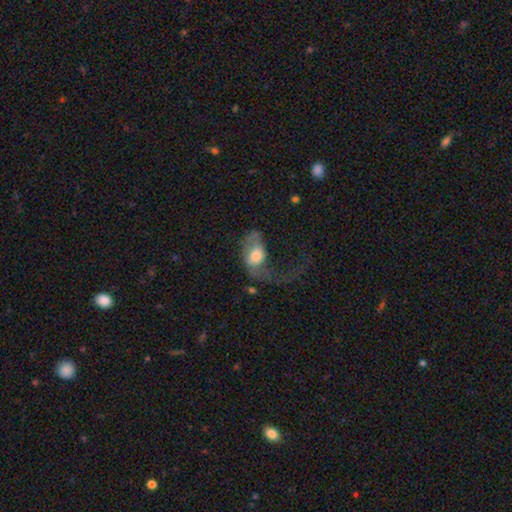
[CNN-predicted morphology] type=smooth (53%); roundness=in between (83%); merging=major disturbance (67%).